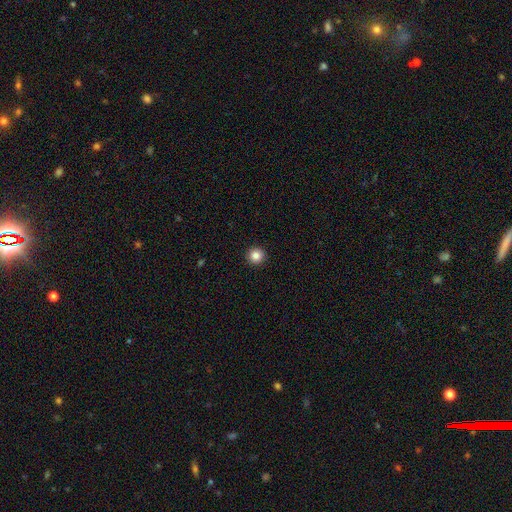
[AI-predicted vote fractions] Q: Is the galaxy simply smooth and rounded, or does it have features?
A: smooth — 85%.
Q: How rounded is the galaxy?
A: round — 96%.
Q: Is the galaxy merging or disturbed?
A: none — 94%.